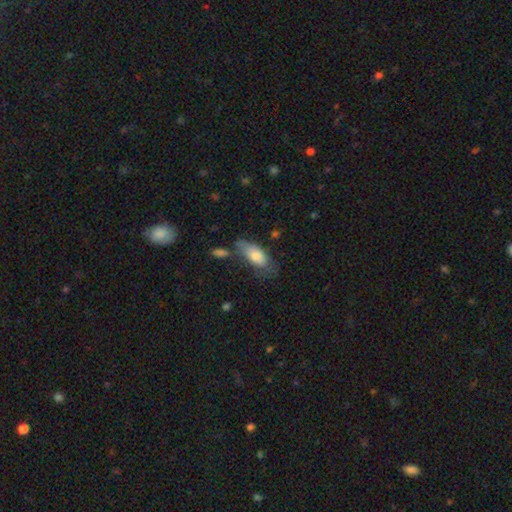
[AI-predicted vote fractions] This appears to be a smooth galaxy with no disk features (74%) that is in between round and cigar-shaped (83%). Merging: none (49%).